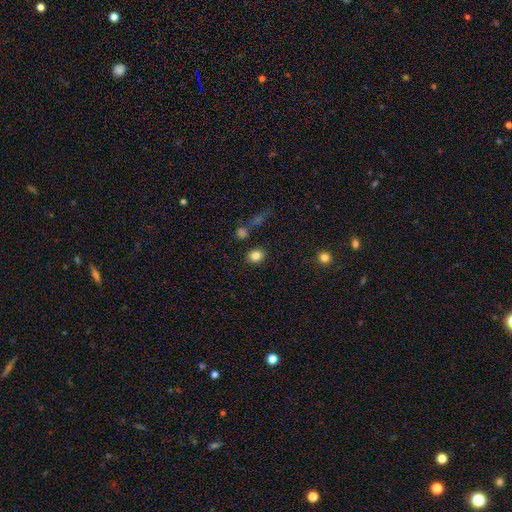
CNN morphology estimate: Smooth or featured? smooth (83%)
How rounded? round (64%)
Merging? none (84%)